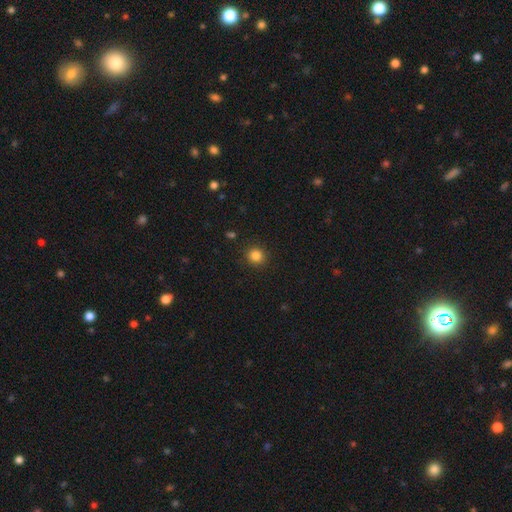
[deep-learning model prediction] A smooth galaxy with no disk features (84%) that is round (89%). Merging: none (90%).